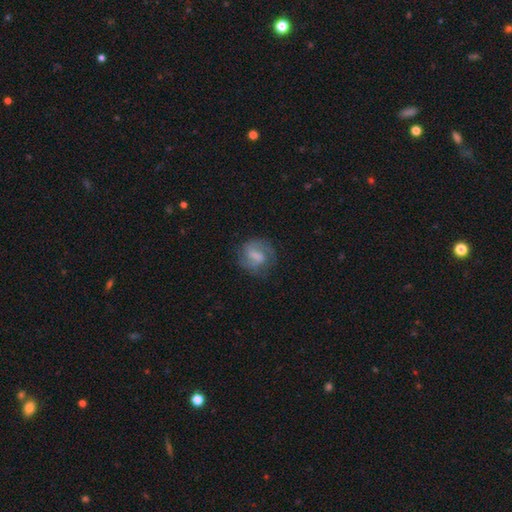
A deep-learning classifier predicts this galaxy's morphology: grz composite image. It shows a featured or disk galaxy (63%) with a weak bar (51%), 2 (72%) medium (45%) spiral arms (86%) and no central bulge (35%). Merging: none (69%).